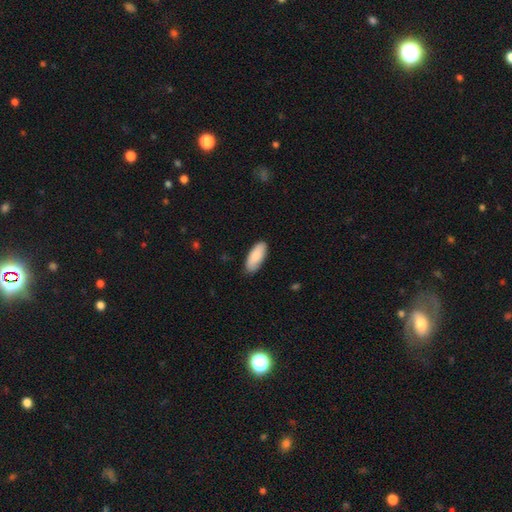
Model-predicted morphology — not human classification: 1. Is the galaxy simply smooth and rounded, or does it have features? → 87% smooth, 8% featured or disk, 5% star or artifact.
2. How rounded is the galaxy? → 83% in between, 16% cigar-shaped, 2% round.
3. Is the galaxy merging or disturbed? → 86% none, 11% minor disturbance, 2% major disturbance, 1% merger.